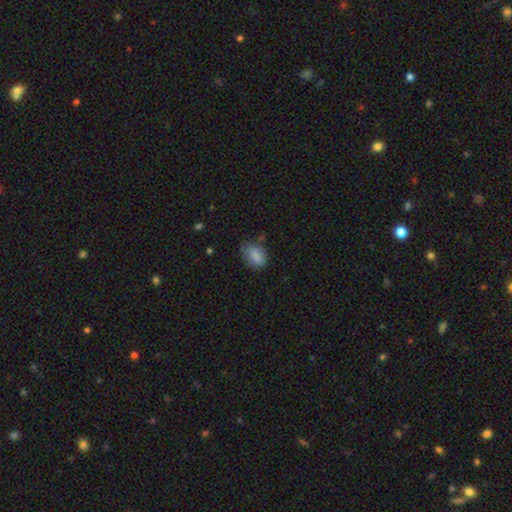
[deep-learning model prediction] This is clearly a smooth galaxy (85%). How rounded: clearly in between (84%). Merging: likely none (61%).